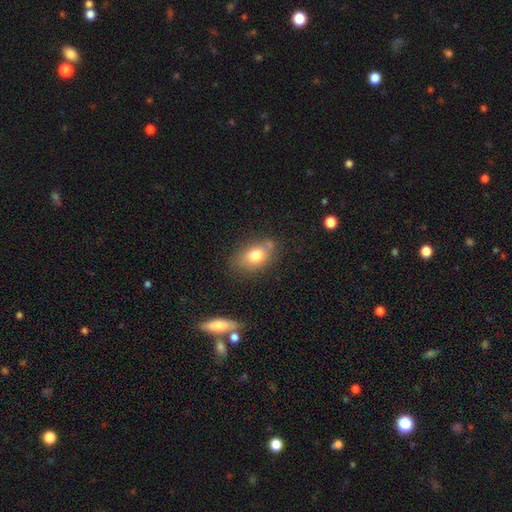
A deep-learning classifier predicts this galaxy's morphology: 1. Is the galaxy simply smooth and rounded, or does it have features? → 76% smooth, 15% featured or disk, 10% star or artifact.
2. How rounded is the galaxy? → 79% in between, 18% round, 3% cigar-shaped.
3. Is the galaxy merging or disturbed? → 62% none, 23% minor disturbance, 9% merger, 6% major disturbance.